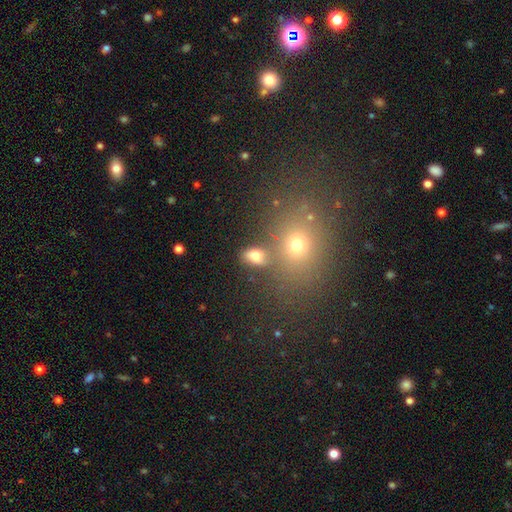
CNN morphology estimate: This is likely a smooth galaxy (71%). How rounded: clearly in between (81%). Merging: likely none (65%).